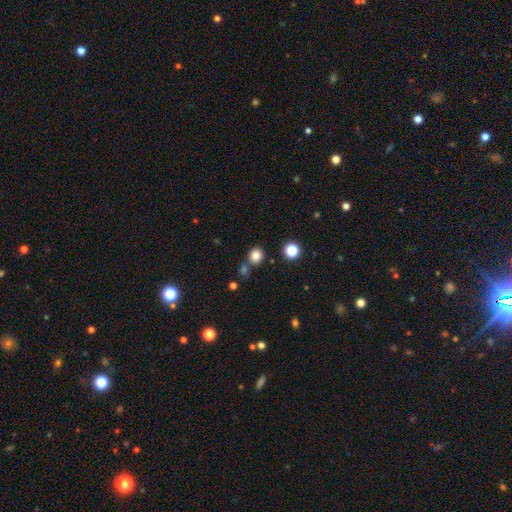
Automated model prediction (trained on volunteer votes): Smooth or featured?
  - smooth: 81% *
  - star or artifact: 13%
  - featured or disk: 6%
How rounded?
  - round: 84% *
  - in between: 15%
  - cigar-shaped: 1%
Merging?
  - none: 76% *
  - merger: 13%
  - minor disturbance: 9%
  - major disturbance: 3%